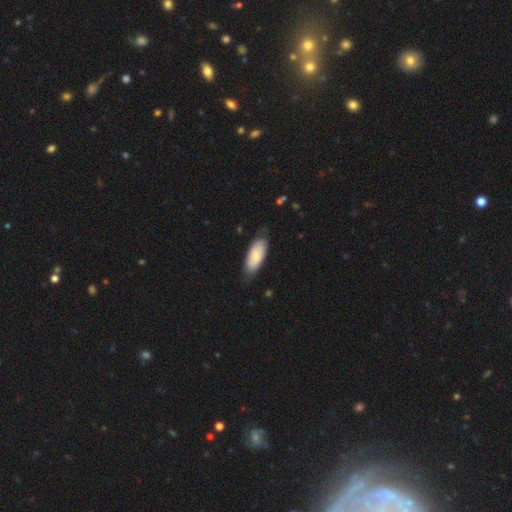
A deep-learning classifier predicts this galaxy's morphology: The model was most divided on "smooth or featured": smooth: 68%, featured or disk: 27%, star or artifact: 5%. More confident: how rounded — in between (83%); merging — none (69%).